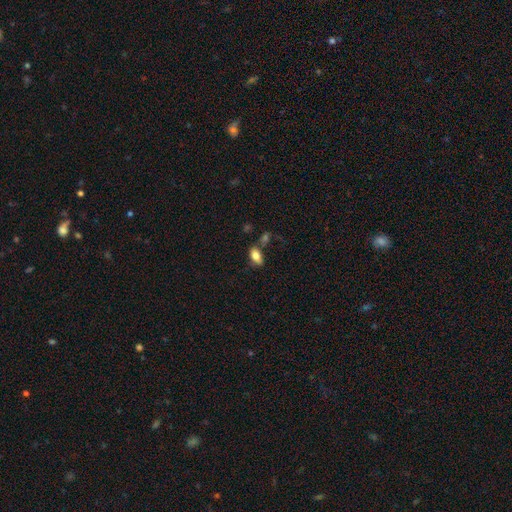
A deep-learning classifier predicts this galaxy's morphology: Q: Smooth or featured?
A: smooth (79%); runner-up: featured or disk (13%)
Q: How rounded?
A: in between (88%); runner-up: round (7%)
Q: Merging?
A: none (60%); runner-up: minor disturbance (19%)